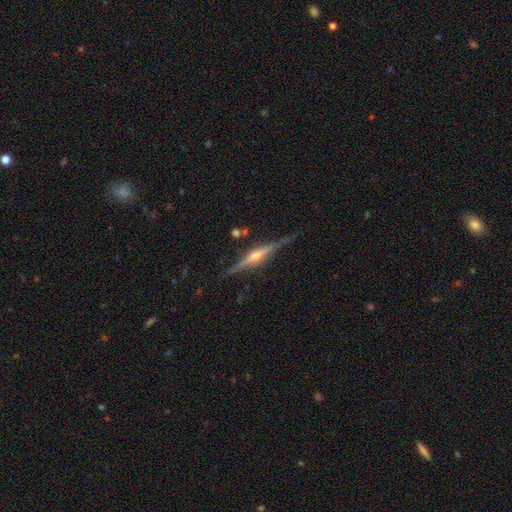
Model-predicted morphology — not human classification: This is clearly a featured or disk galaxy (84%). It is clearly viewed edge-on (98%). Edge-on bulge: clearly rounded (87%). Merging: clearly none (86%).